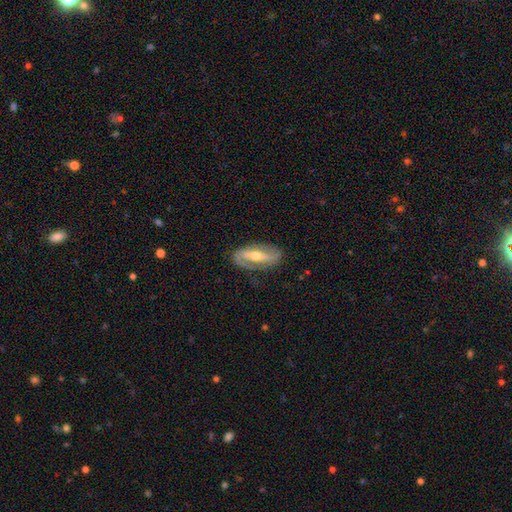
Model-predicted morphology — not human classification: A featured or disk galaxy (78%) with a strong bar (49%), 2 (79%) medium (40%) spiral arms (82%) and a moderate central bulge (65%). Merging: none (77%).